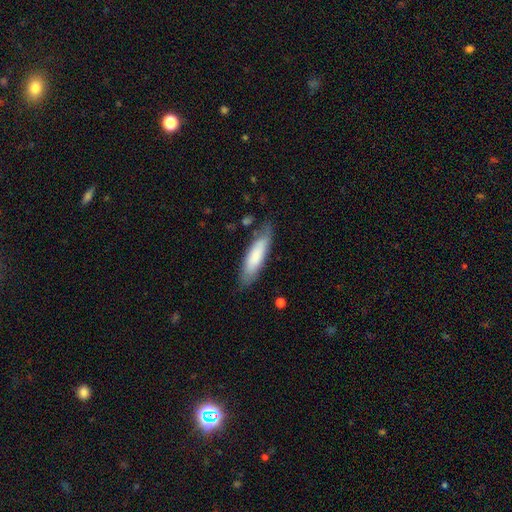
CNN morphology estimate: A smooth galaxy with no disk features (78%) that is cigar-shaped (66%).

Vote fractions:
- Smooth or featured? smooth: 78% / featured or disk: 17% / star or artifact: 6%
- How rounded? cigar-shaped: 66% / in between: 33% / round: 1%
- Merging? none: 76% / minor disturbance: 18% / major disturbance: 4% / merger: 2%